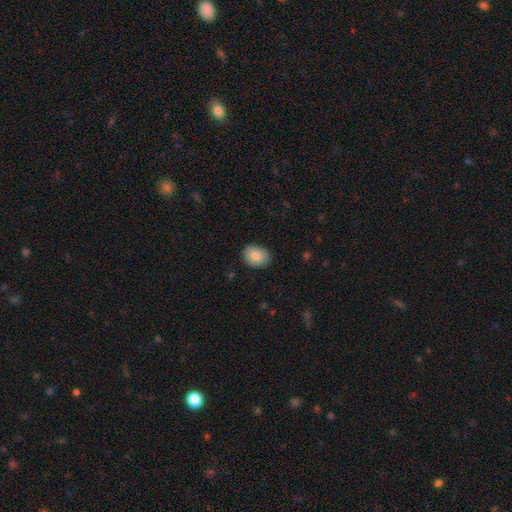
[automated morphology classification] Smooth or featured? smooth (84%)
How rounded? in between (59%)
Merging? none (86%)